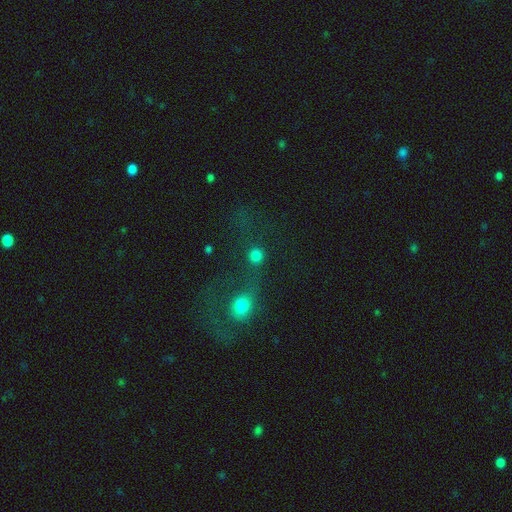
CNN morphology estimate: Smooth or featured?
  - smooth: 79% *
  - star or artifact: 14%
  - featured or disk: 6%
How rounded?
  - round: 92% *
  - in between: 7%
  - cigar-shaped: 1%
Merging?
  - none: 60% *
  - merger: 25%
  - minor disturbance: 8%
  - major disturbance: 8%